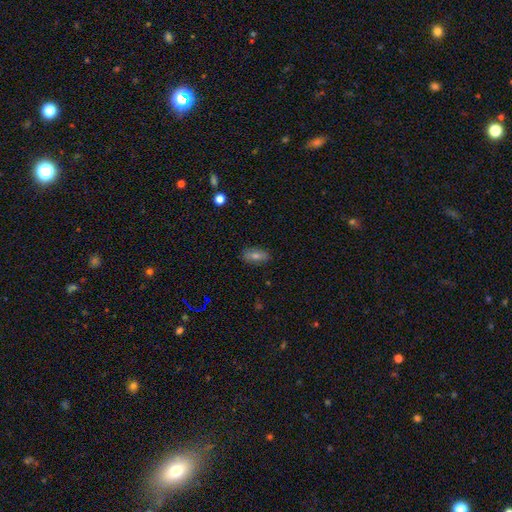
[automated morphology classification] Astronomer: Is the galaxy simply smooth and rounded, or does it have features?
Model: smooth — 55%.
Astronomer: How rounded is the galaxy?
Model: in between — 73%.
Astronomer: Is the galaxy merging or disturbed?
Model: none — 86%.